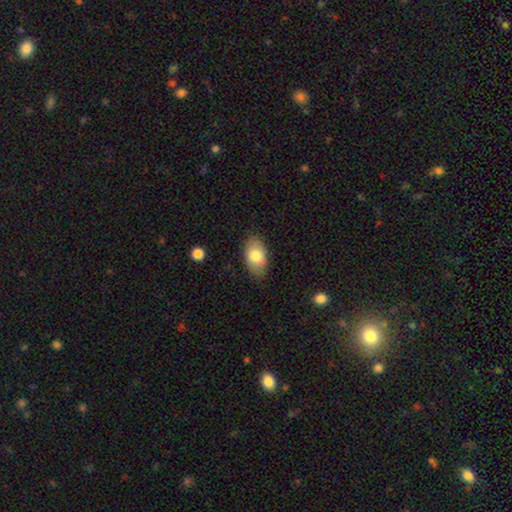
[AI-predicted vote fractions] Smooth or featured: smooth — 79% (featured or disk — 15%)
How rounded: in between — 93% (round — 5%)
Merging: none — 82% (minor disturbance — 14%)